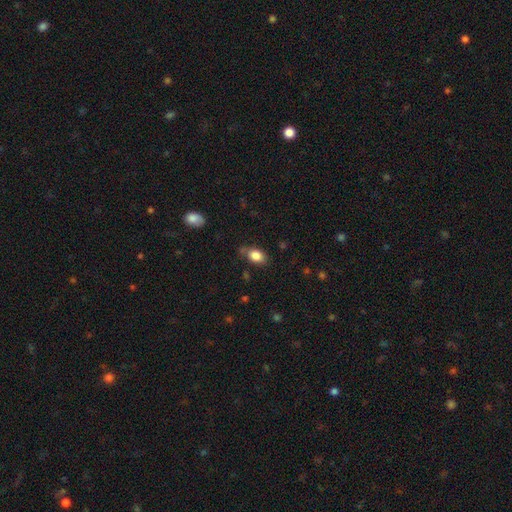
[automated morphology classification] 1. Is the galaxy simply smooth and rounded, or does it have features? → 85% smooth, 8% star or artifact, 6% featured or disk.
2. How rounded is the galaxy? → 84% in between, 14% round, 2% cigar-shaped.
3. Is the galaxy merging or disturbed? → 70% none, 21% minor disturbance, 5% major disturbance, 4% merger.